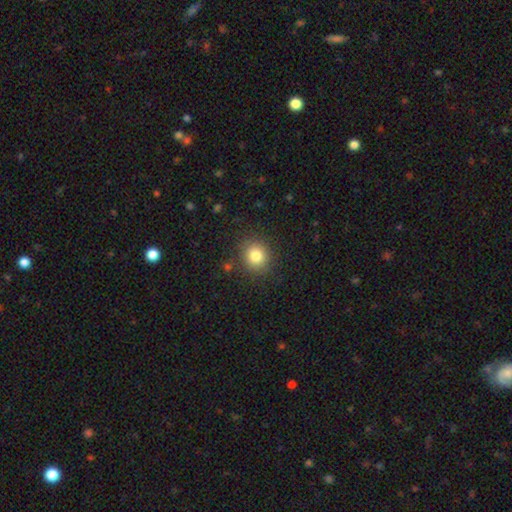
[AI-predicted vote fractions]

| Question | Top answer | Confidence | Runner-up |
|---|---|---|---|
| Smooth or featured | smooth | 81% | star or artifact (12%) |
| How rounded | round | 78% | in between (21%) |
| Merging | none | 87% | minor disturbance (9%) |